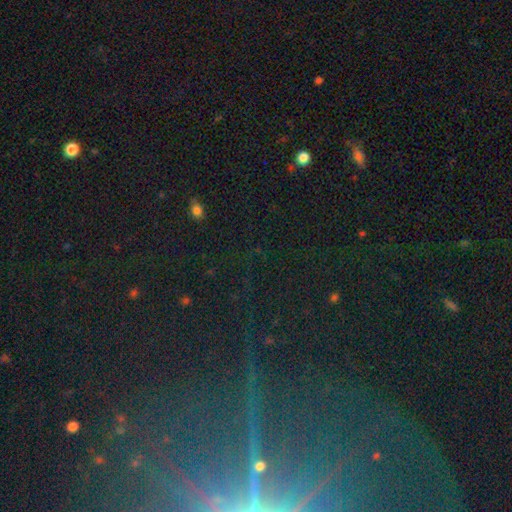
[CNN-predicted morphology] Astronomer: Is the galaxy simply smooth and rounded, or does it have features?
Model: star or artifact — 75%.